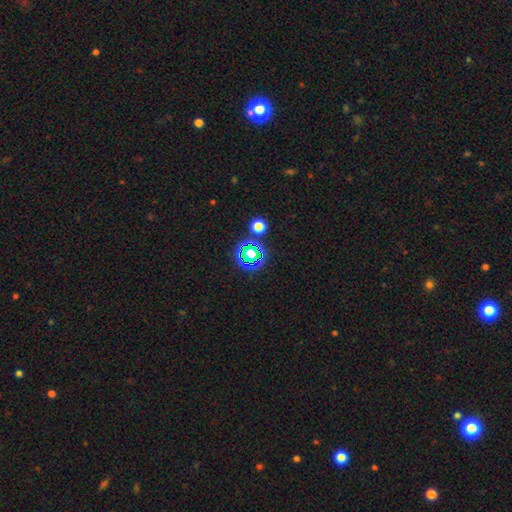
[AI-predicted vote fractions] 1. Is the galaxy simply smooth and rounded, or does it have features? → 69% star or artifact, 23% smooth, 8% featured or disk.